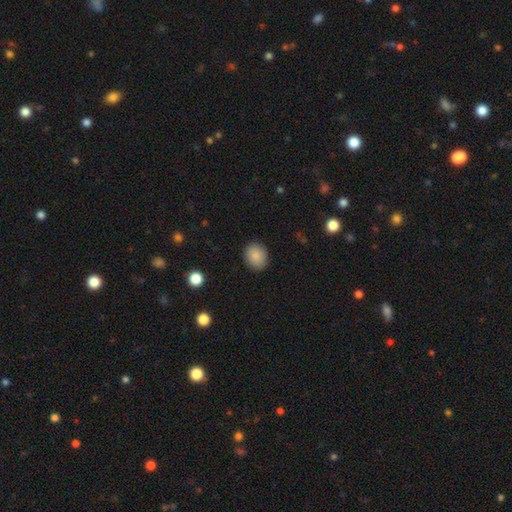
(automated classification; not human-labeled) smooth_or_featured: smooth (p=0.88) [alt: star or artifact p=0.08]
how_rounded: round (p=0.59) [alt: in between p=0.40]
merging: none (p=0.88) [alt: minor disturbance p=0.08]